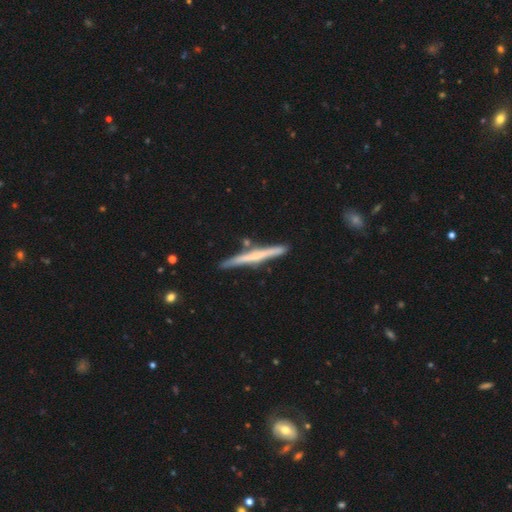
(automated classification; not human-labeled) This appears to be a featured or disk galaxy (57%) viewed edge-on (97%) with no central bulge (64%). Merging: none (86%).